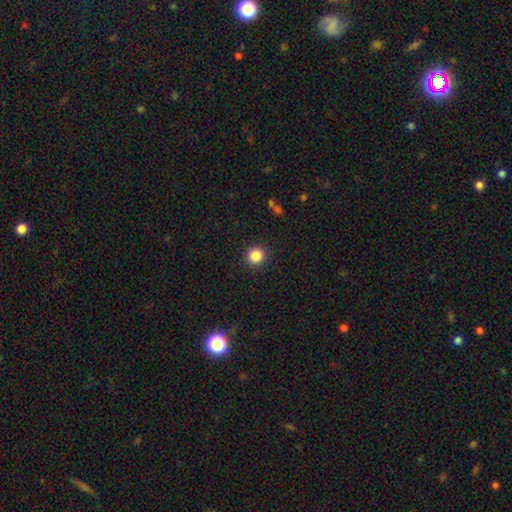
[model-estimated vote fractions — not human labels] Smooth or featured: smooth — 86% (star or artifact — 10%)
How rounded: round — 92% (in between — 7%)
Merging: none — 91% (minor disturbance — 5%)